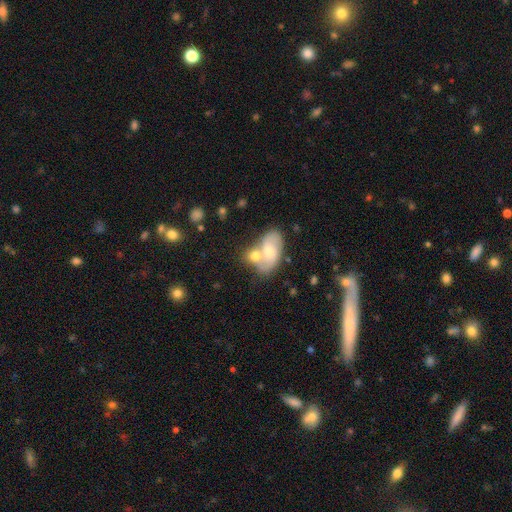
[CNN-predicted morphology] Smooth or featured: smooth — 55% (featured or disk — 38%)
How rounded: in between — 80% (round — 17%)
Merging: merger — 57% (none — 28%)